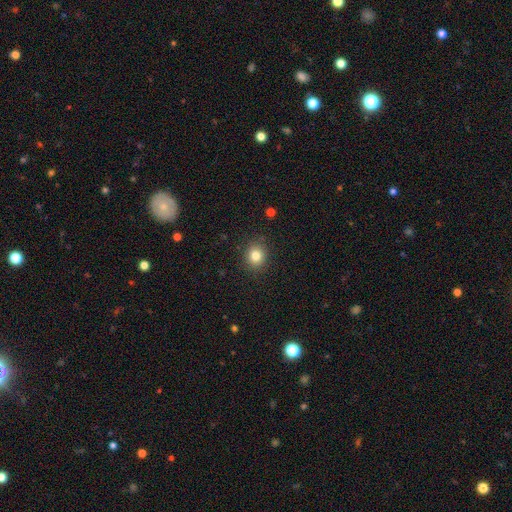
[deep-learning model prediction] Smooth or featured? Predicted: smooth (p=0.82). How rounded? Predicted: round (p=0.74). Merging? Predicted: none (p=0.88).